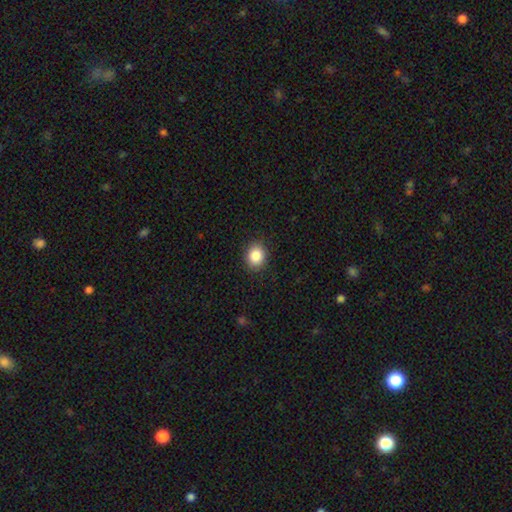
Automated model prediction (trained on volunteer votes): Morphology: type=smooth (86%); roundness=round (58%); merging=none (89%).